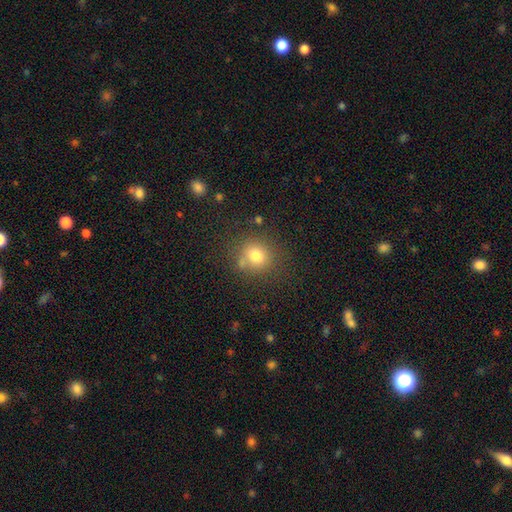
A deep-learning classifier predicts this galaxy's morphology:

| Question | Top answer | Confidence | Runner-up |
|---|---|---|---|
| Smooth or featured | smooth | 76% | star or artifact (14%) |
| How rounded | round | 79% | in between (20%) |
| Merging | none | 71% | minor disturbance (13%) |